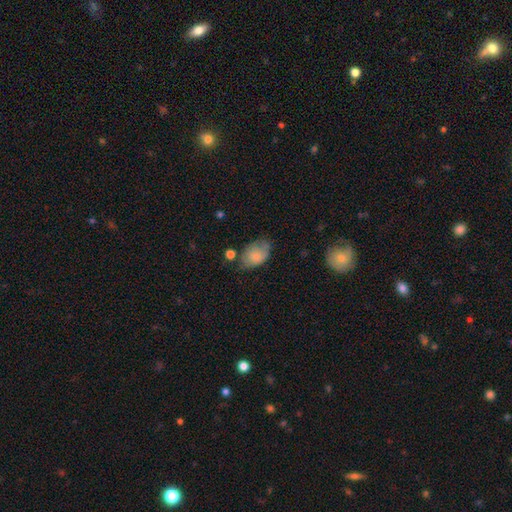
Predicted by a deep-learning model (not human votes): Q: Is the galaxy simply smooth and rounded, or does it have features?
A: smooth — 78%.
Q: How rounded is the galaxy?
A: in between — 86%.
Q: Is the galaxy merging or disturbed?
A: none — 50%.